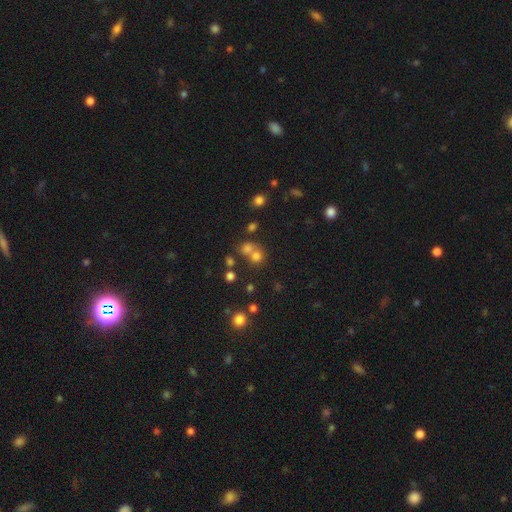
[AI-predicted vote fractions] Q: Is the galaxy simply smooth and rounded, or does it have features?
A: smooth — 70%.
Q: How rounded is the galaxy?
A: round — 83%.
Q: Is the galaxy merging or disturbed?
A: merger — 45%, tied with none.